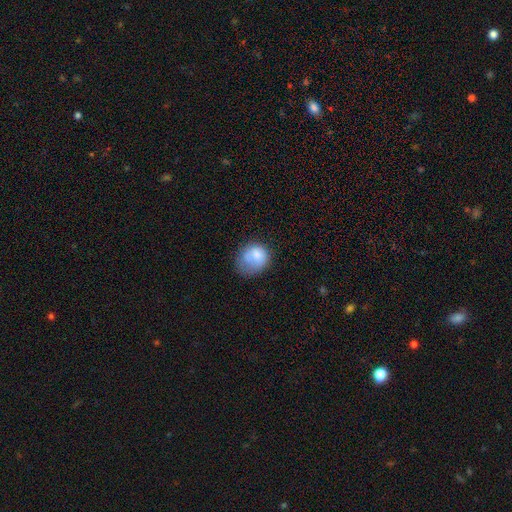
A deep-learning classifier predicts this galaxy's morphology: Overall: smooth (76%). How rounded: round (63%; in between 36%). Merging: none (40%; minor disturbance 33%).